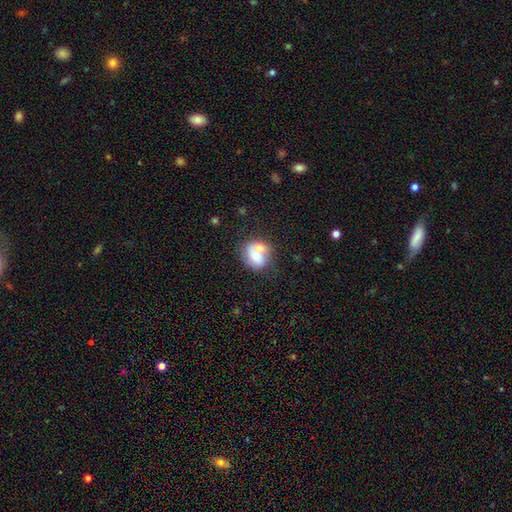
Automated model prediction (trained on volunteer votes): A smooth galaxy with no disk features (61%) that is round (55%). Merging: merger (53%).